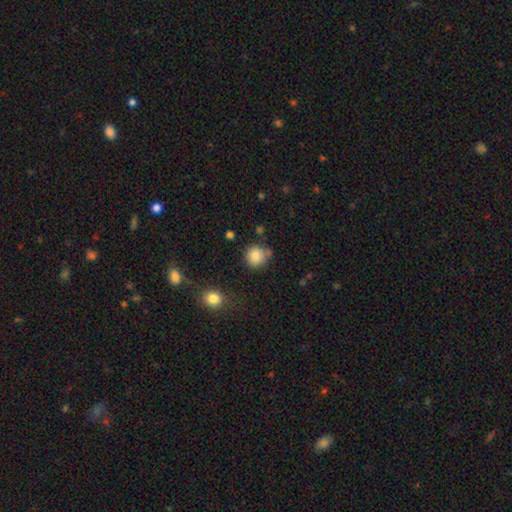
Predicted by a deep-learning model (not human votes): Smooth or featured? smooth (83%)
How rounded? round (89%)
Merging? none (73%)